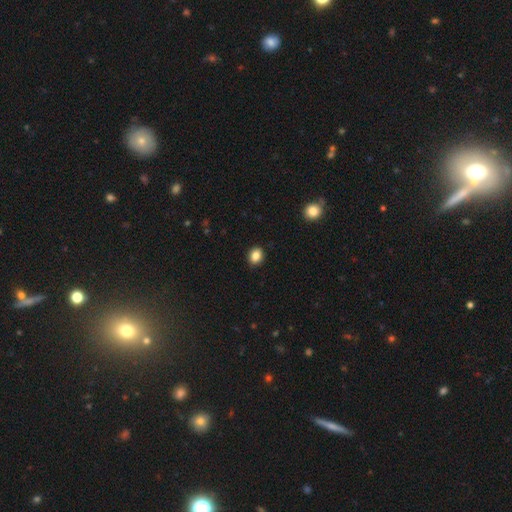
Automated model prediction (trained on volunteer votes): smooth_or_featured: smooth (p=0.86) [alt: star or artifact p=0.10]
how_rounded: round (p=0.52) [alt: in between p=0.47]
merging: none (p=0.90) [alt: minor disturbance p=0.07]